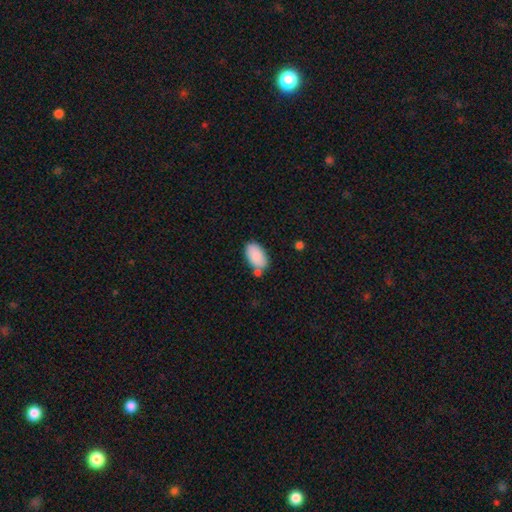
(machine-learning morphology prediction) smooth-or-featured: smooth: 87% | featured or disk: 7% | star or artifact: 6%
  how-rounded: in between: 95% | round: 4% | cigar-shaped: 2%
  merging: none: 65% | minor disturbance: 17% | merger: 14% | major disturbance: 4%